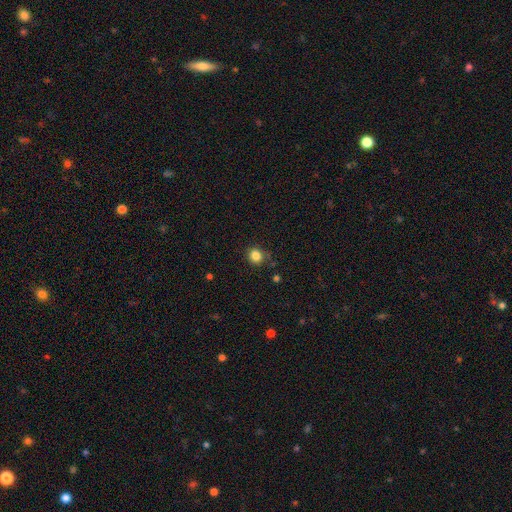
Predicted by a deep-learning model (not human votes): Smooth or featured?
  - smooth: 84% *
  - star or artifact: 12%
  - featured or disk: 4%
How rounded?
  - round: 83% *
  - in between: 16%
  - cigar-shaped: 1%
Merging?
  - none: 83% *
  - minor disturbance: 11%
  - major disturbance: 3%
  - merger: 3%